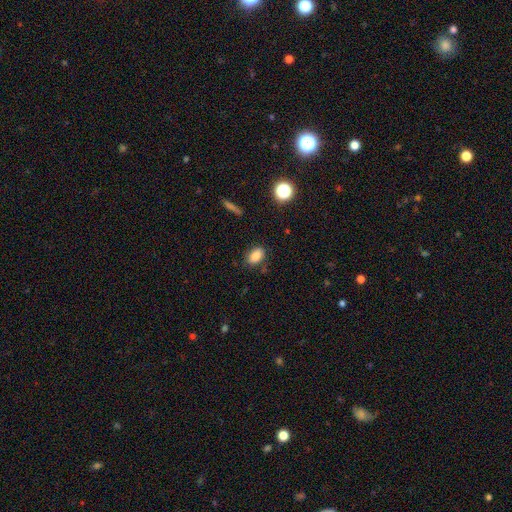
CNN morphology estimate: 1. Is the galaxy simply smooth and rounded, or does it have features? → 84% smooth, 10% star or artifact, 6% featured or disk.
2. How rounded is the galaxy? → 87% in between, 11% round, 2% cigar-shaped.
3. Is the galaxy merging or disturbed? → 82% none, 13% minor disturbance, 3% major disturbance, 2% merger.